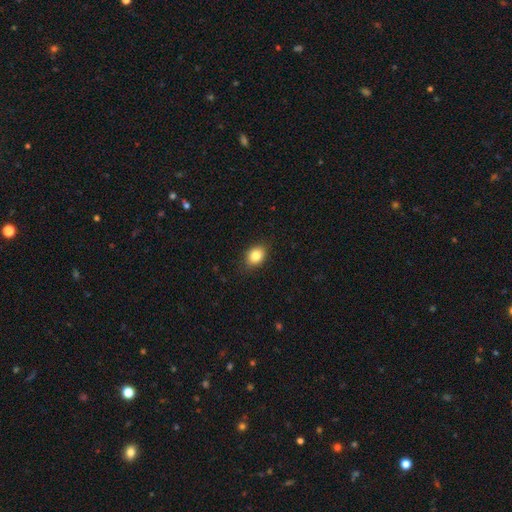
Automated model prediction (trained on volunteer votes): Q: Smooth or featured?
A: smooth (84%); runner-up: star or artifact (9%)
Q: How rounded?
A: in between (66%); runner-up: round (32%)
Q: Merging?
A: none (86%); runner-up: minor disturbance (11%)